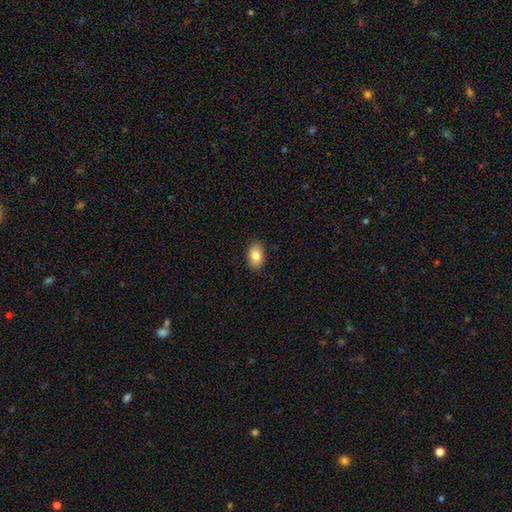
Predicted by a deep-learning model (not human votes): Overall: smooth (84%). How rounded: in between (89%). Merging: none (89%).